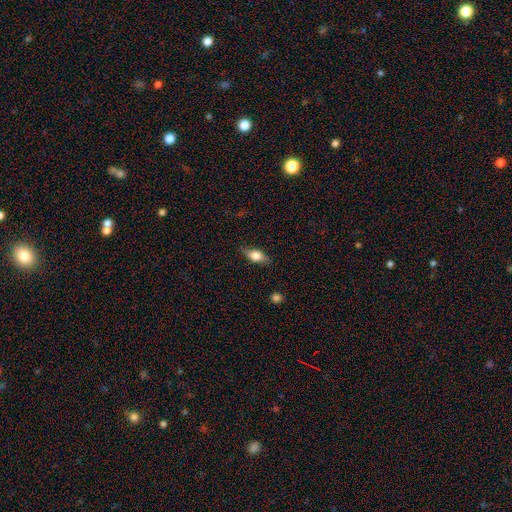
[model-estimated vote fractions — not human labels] This appears to be a smooth galaxy with no disk features (62%) that is in between round and cigar-shaped (77%). Merging: none (81%).